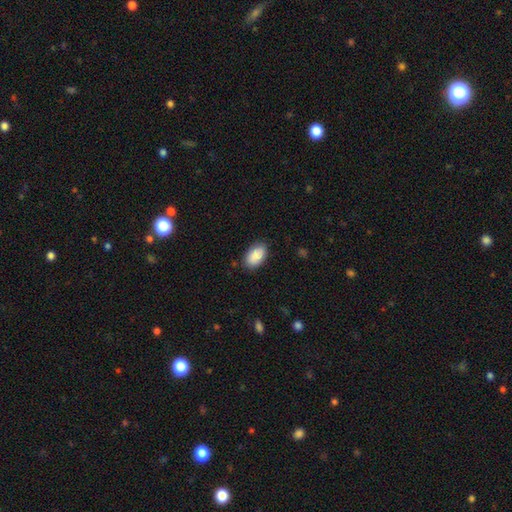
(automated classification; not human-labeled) This is clearly a smooth galaxy (89%). How rounded: clearly in between (94%). Merging: clearly none (85%).